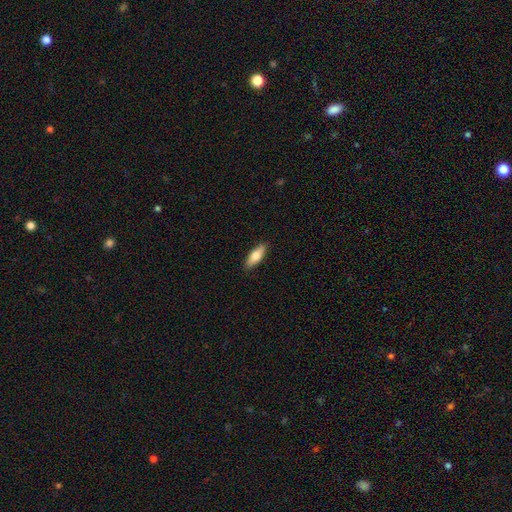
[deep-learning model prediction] This is likely a smooth galaxy (74%). How rounded: likely in between (64%). Merging: clearly none (88%).